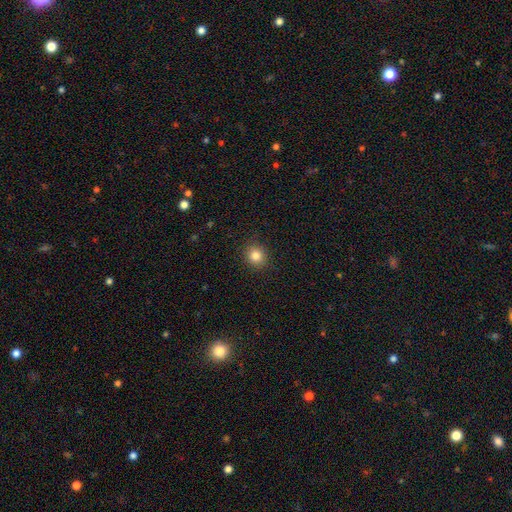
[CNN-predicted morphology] Smooth or featured? smooth (83%)
How rounded? round (85%)
Merging? none (90%)